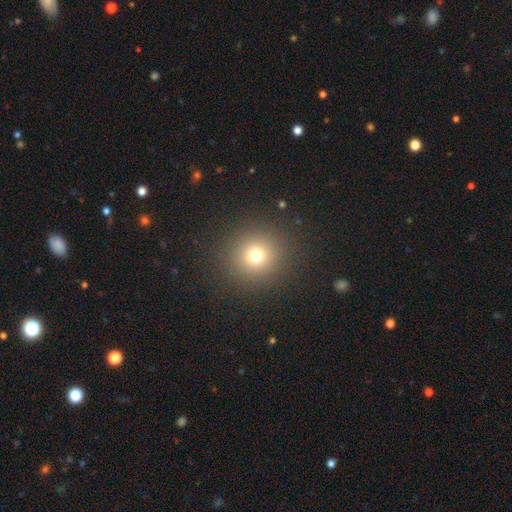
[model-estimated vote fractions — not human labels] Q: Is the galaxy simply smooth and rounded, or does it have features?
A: smooth — 73%.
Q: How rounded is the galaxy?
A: round — 93%.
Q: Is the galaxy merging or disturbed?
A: none — 90%.